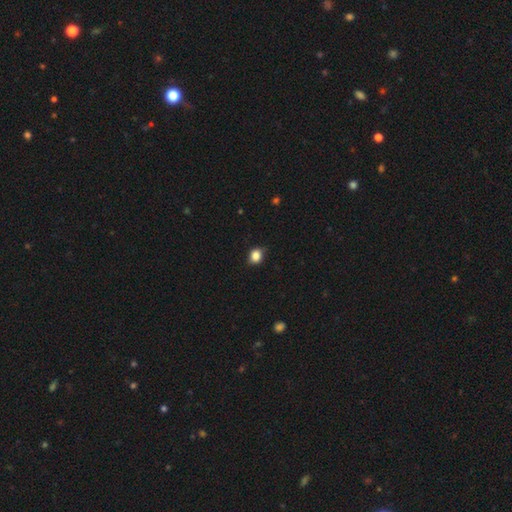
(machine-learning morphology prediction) The model was most divided on "how rounded": round: 63%, in between: 36%, cigar-shaped: 1%. More confident: smooth or featured — smooth (84%); merging — none (82%).